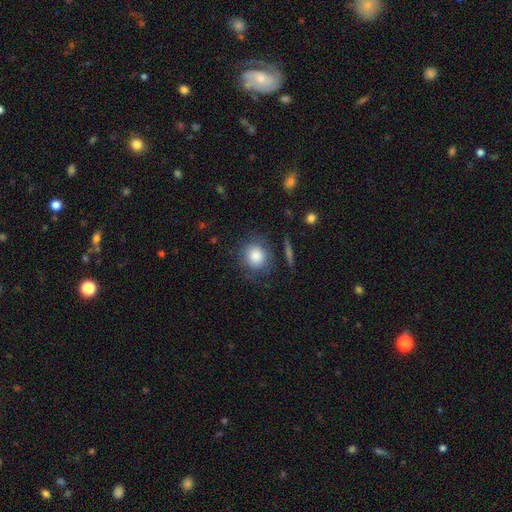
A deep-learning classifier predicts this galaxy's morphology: Smooth or featured? Predicted: smooth (p=0.81). How rounded? Predicted: round (p=0.84). Merging? Predicted: none (p=0.75).